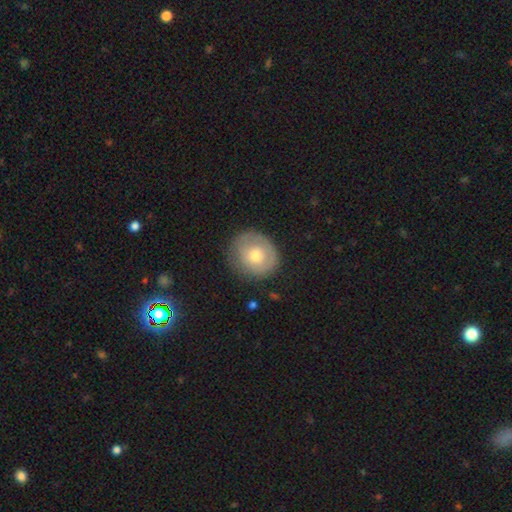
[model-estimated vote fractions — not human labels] smooth-or-featured: smooth: 61% | featured or disk: 31% | star or artifact: 7%
  how-rounded: round: 80% | in between: 19% | cigar-shaped: 1%
  merging: none: 77% | minor disturbance: 17% | major disturbance: 5% | merger: 1%